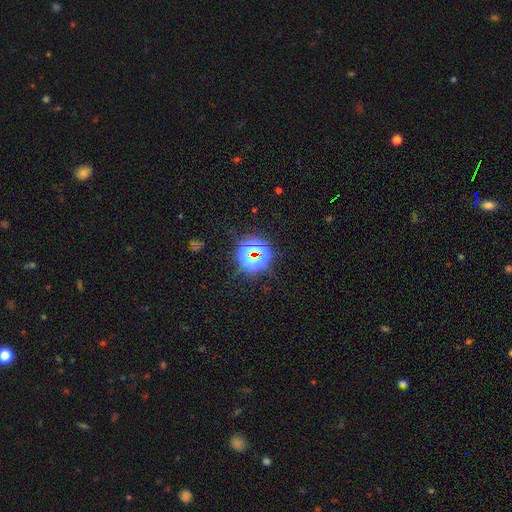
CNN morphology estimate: Smooth or featured: star or artifact — 72% (smooth — 18%)